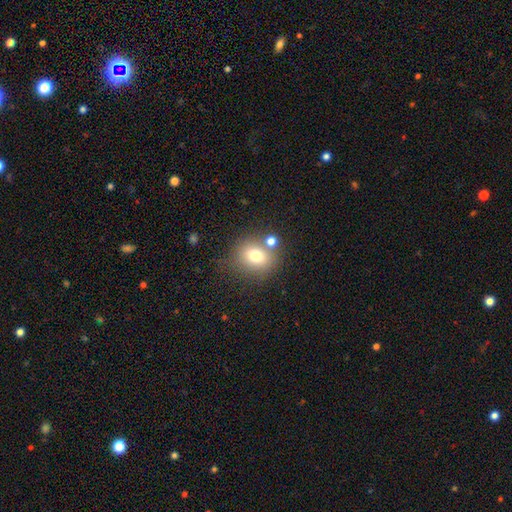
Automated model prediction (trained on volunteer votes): Q: Smooth or featured?
A: smooth (74%); runner-up: featured or disk (13%)
Q: How rounded?
A: round (69%); runner-up: in between (30%)
Q: Merging?
A: none (66%); runner-up: merger (17%)